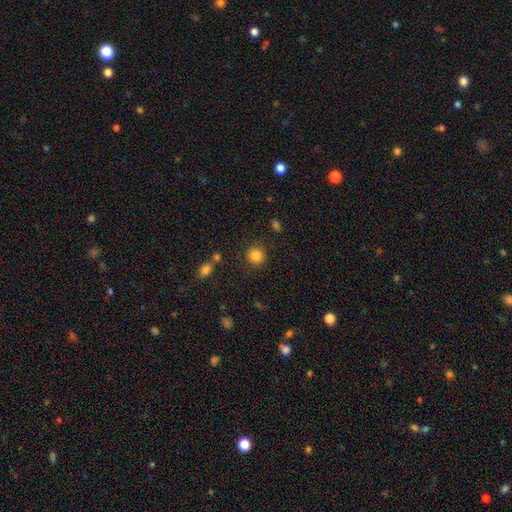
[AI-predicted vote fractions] smooth 84%, star or artifact 11%, featured or disk 5%. Down the decision tree: how rounded — round (90%); merging — none (85%).